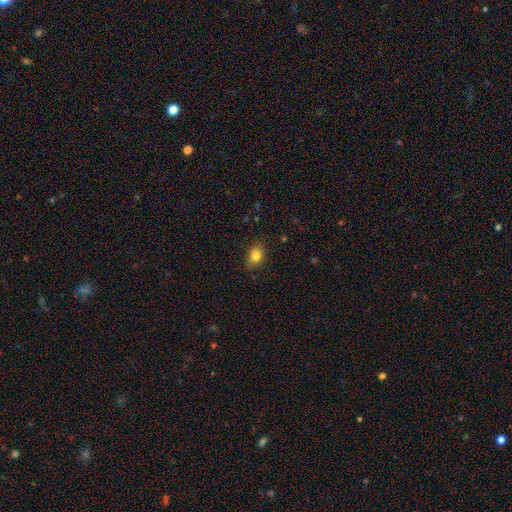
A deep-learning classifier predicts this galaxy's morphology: Smooth or featured? Predicted: smooth (p=0.84). How rounded? Predicted: in between (p=0.62). Merging? Predicted: none (p=0.86).